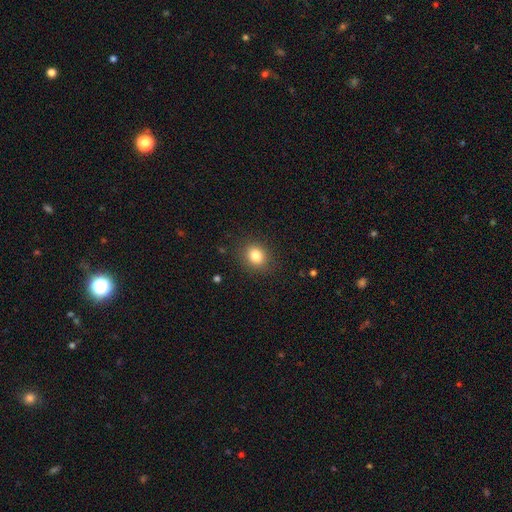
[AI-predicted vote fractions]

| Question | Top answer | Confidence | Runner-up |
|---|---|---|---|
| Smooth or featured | smooth | 82% | star or artifact (11%) |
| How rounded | round | 68% | in between (31%) |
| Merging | none | 87% | minor disturbance (9%) |